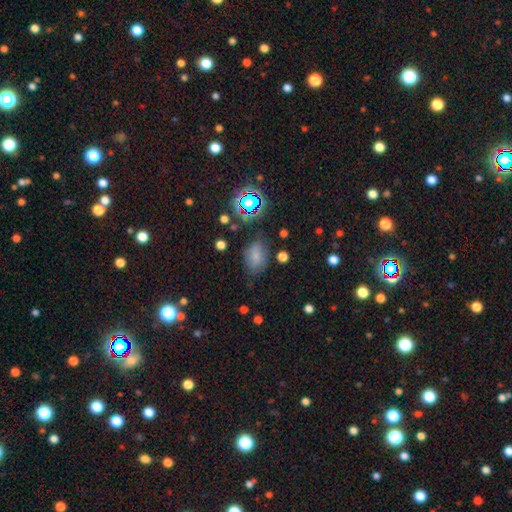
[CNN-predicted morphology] Overall: smooth (70%). How rounded: in between (79%). Merging: none (68%).